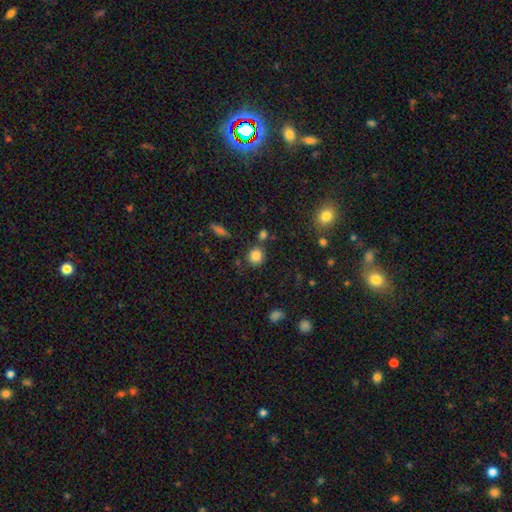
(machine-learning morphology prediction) type=smooth (84%); roundness=round (84%); merging=none (78%).